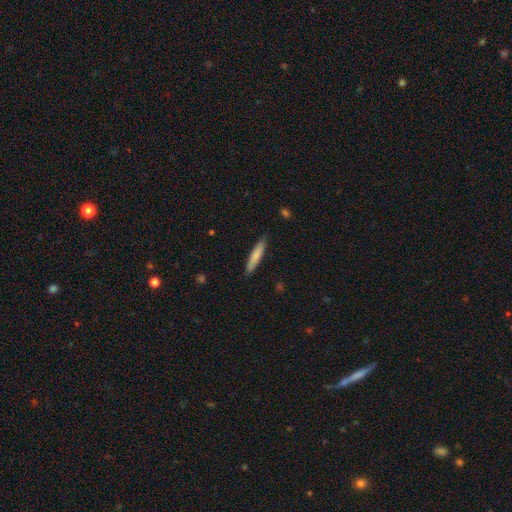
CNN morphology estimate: A smooth galaxy with no disk features (76%) that is cigar-shaped (88%). Merging: none (86%).